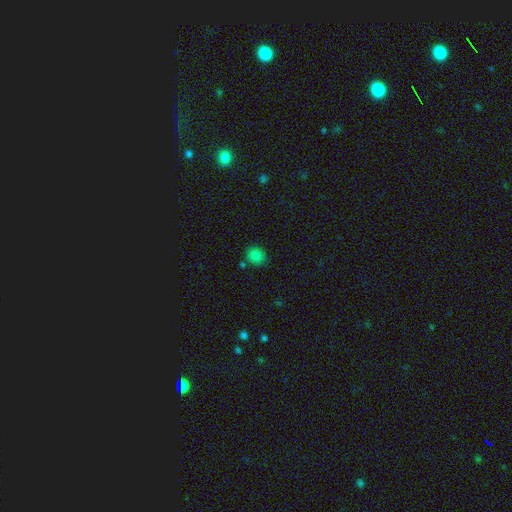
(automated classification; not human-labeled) This appears to be a smooth galaxy with no disk features (83%) that is round (73%). Merging: none (81%).